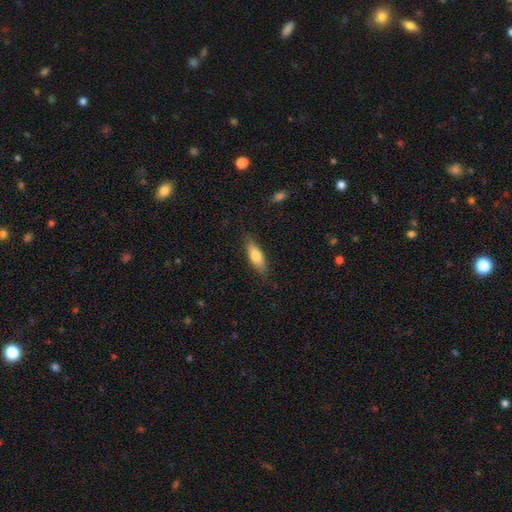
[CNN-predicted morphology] smooth_or_featured: smooth (p=0.72) [alt: featured or disk p=0.22]
how_rounded: in between (p=0.50) [alt: cigar-shaped p=0.48]
merging: none (p=0.83) [alt: minor disturbance p=0.13]